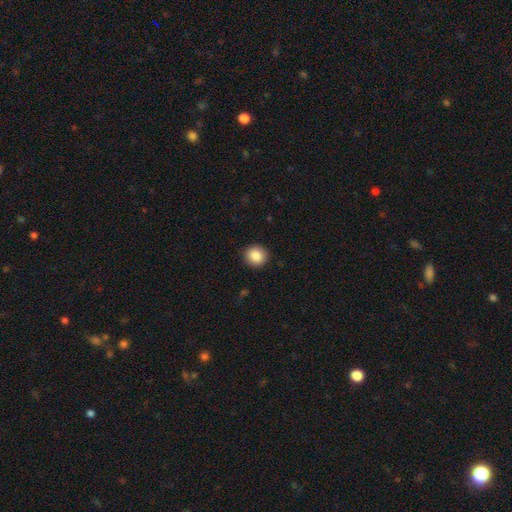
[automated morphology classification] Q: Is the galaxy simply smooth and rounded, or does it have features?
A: smooth — 87%.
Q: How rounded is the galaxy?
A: round — 89%.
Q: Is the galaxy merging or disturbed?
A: none — 91%.